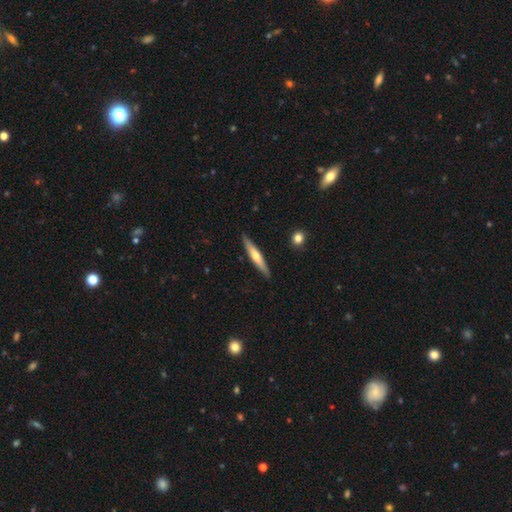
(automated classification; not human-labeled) Q: Smooth or featured?
A: featured or disk (50%); runner-up: smooth (44%)
Q: Edge-on disk?
A: yes (94%); runner-up: no (6%)
Q: Merging?
A: none (88%); runner-up: minor disturbance (9%)